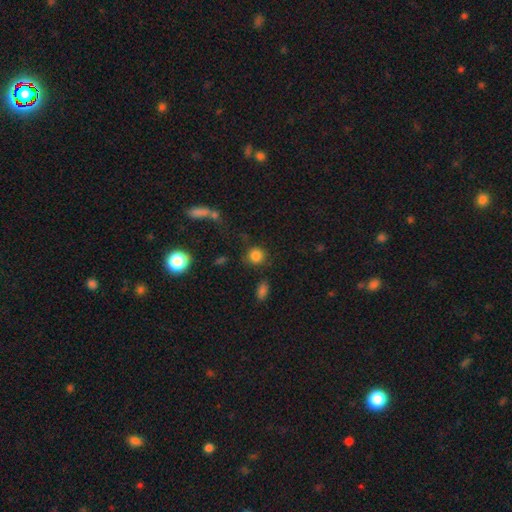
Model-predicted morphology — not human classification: type=smooth (83%); roundness=round (90%); merging=none (80%).